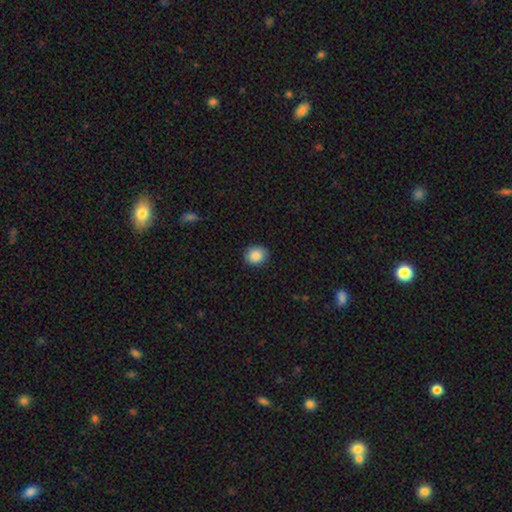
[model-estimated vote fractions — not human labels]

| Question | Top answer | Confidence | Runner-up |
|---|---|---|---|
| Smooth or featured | smooth | 88% | star or artifact (9%) |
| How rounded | round | 77% | in between (22%) |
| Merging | none | 90% | minor disturbance (8%) |